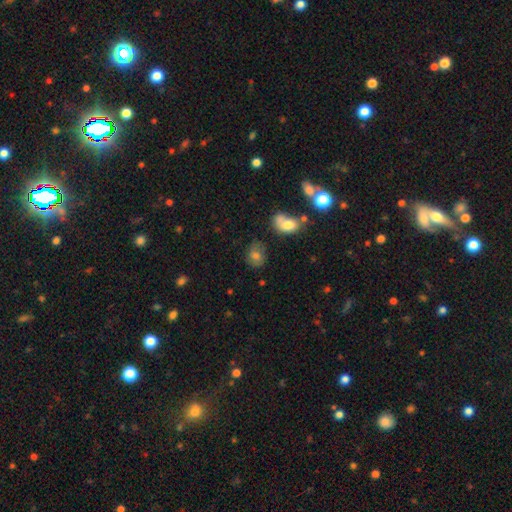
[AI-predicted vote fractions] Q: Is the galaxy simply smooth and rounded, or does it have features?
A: smooth — 75%.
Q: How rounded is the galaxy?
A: in between — 53%.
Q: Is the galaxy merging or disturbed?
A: none — 68%.